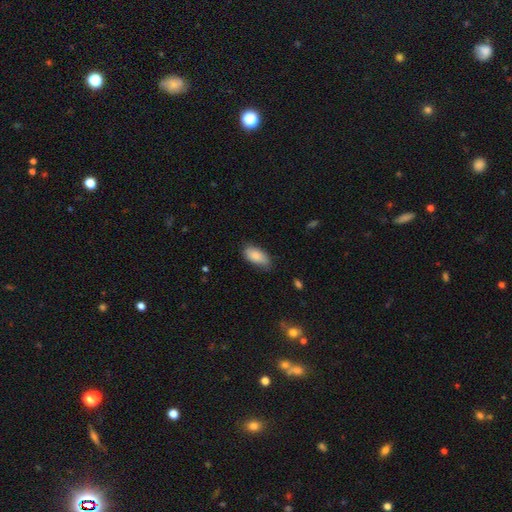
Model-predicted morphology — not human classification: A smooth galaxy with no disk features (86%) that is in between round and cigar-shaped (91%). Merging: none (70%).